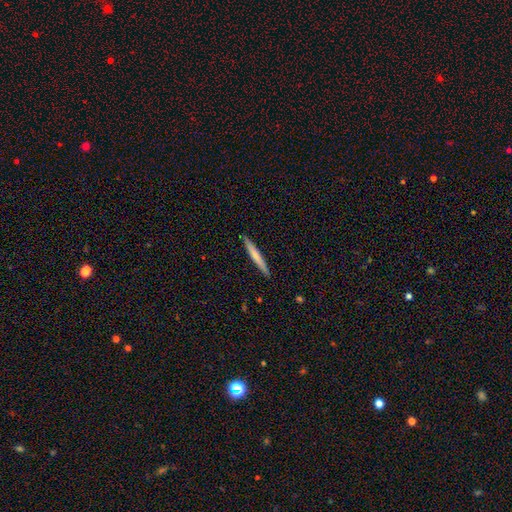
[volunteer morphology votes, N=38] smooth_or_featured: smooth (p=0.74) [alt: featured or disk p=0.26]
how_rounded: cigar-shaped (p=0.89) [alt: in between p=0.07]
merging: none (p=0.92) [alt: minor disturbance p=0.05]